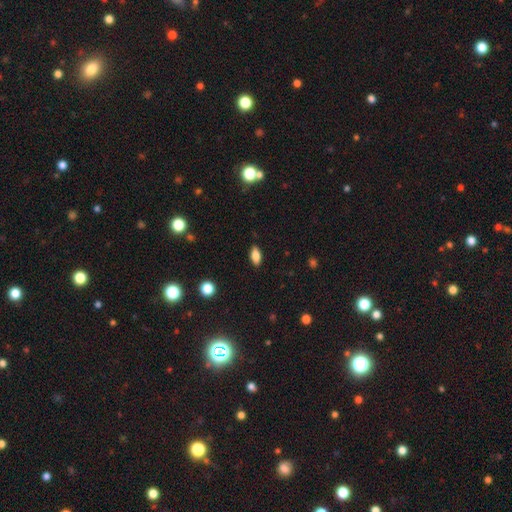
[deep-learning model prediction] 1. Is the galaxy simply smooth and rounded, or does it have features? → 81% smooth, 10% featured or disk, 9% star or artifact.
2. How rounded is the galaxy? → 87% in between, 10% cigar-shaped, 4% round.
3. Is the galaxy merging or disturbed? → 88% none, 9% minor disturbance, 2% major disturbance, 1% merger.